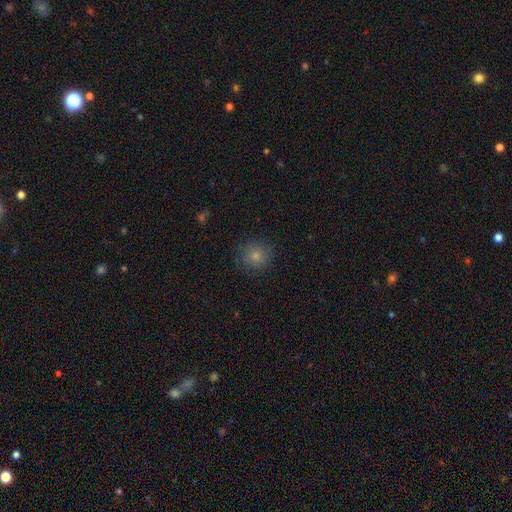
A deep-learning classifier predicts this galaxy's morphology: Smooth or featured: smooth — 79% (star or artifact — 11%)
How rounded: round — 89% (in between — 10%)
Merging: none — 83% (minor disturbance — 12%)